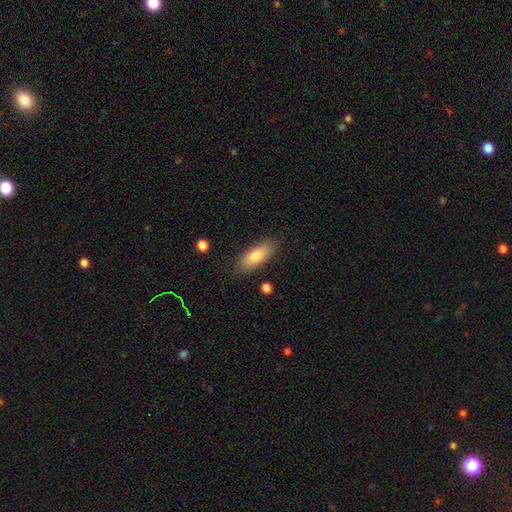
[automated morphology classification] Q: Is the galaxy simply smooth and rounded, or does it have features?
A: smooth — 80%.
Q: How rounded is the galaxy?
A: in between — 74%.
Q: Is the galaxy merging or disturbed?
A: none — 85%.